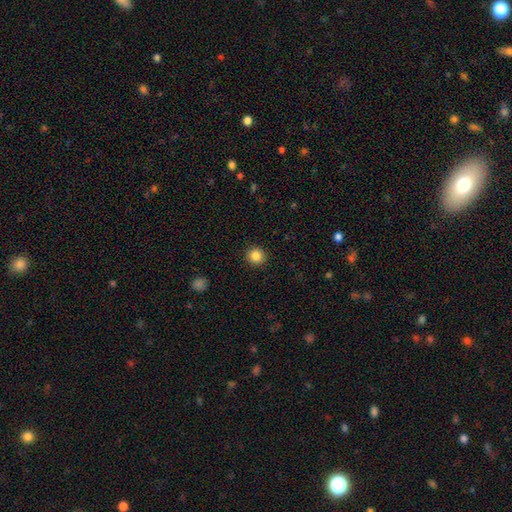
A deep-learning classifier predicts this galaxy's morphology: smooth_or_featured: smooth (p=0.85) [alt: star or artifact p=0.10]
how_rounded: round (p=0.92) [alt: in between p=0.07]
merging: none (p=0.92) [alt: minor disturbance p=0.05]